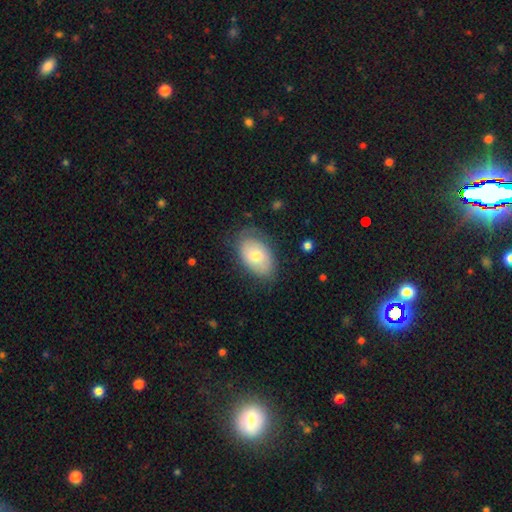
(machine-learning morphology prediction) type=smooth (66%); roundness=in between (90%); merging=none (70%).